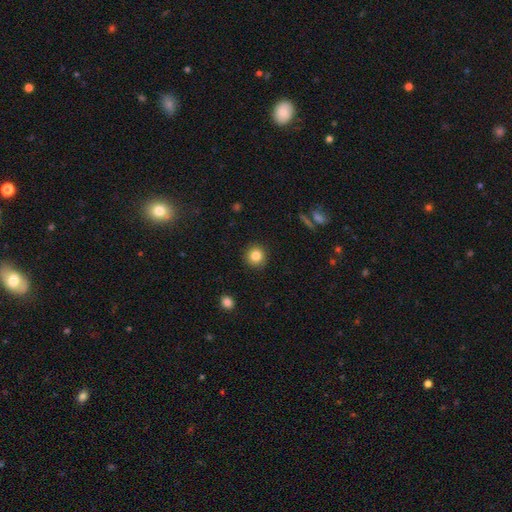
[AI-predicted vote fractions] smooth-or-featured: smooth: 83% | star or artifact: 11% | featured or disk: 6%
  how-rounded: round: 92% | in between: 7% | cigar-shaped: 1%
  merging: none: 91% | minor disturbance: 6% | major disturbance: 2% | merger: 1%